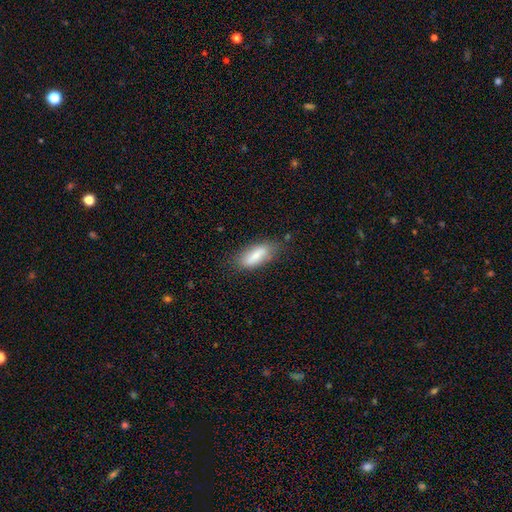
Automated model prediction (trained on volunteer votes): Smooth or featured? Predicted: smooth (p=0.75). How rounded? Predicted: in between (p=0.79). Merging? Predicted: none (p=0.75).